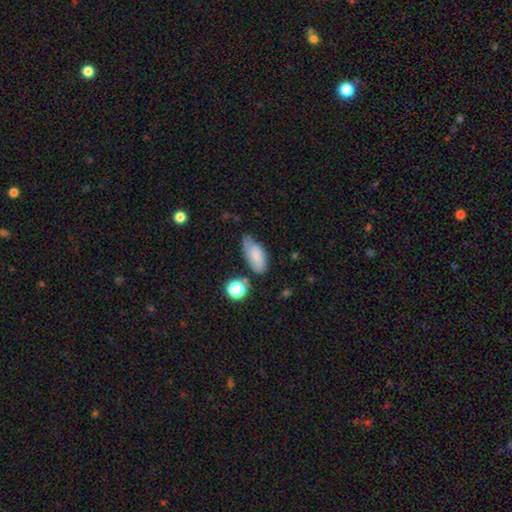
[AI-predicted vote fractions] This appears to be a smooth galaxy with no disk features (71%) that is in between round and cigar-shaped (87%). Merging: none (50%).